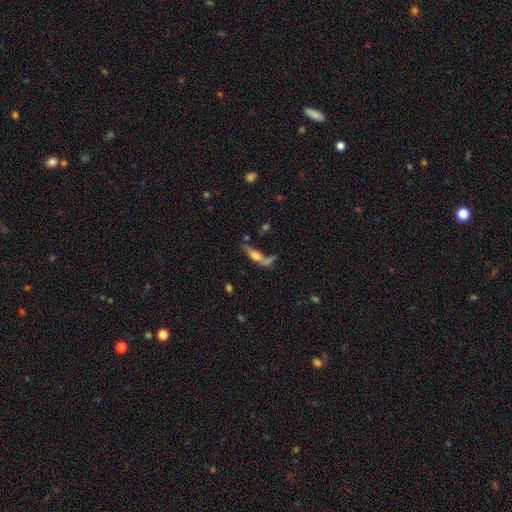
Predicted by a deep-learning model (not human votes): A featured or disk galaxy (45%).

Vote fractions:
- Smooth or featured? featured or disk: 45% / smooth: 43% / star or artifact: 12%
- Merging? none: 40% / merger: 34% / minor disturbance: 14% / major disturbance: 12%